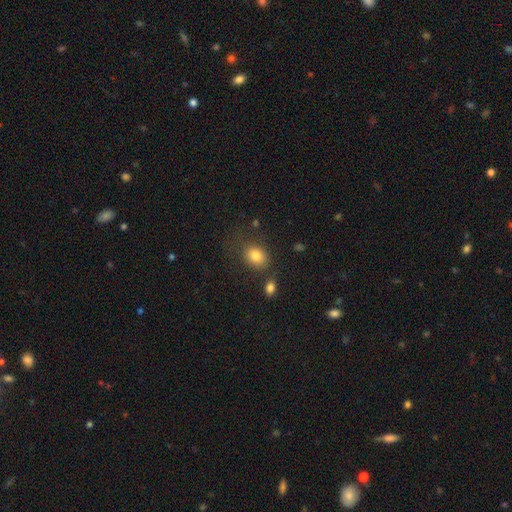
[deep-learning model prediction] A smooth galaxy with no disk features (81%) that is in between round and cigar-shaped (58%). Merging: none (69%).